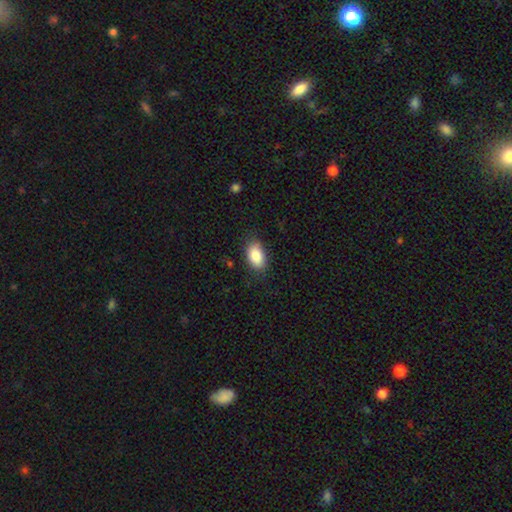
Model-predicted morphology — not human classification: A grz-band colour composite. It shows a smooth galaxy with no disk features (87%) that is in between round and cigar-shaped (91%). Merging: none (82%).